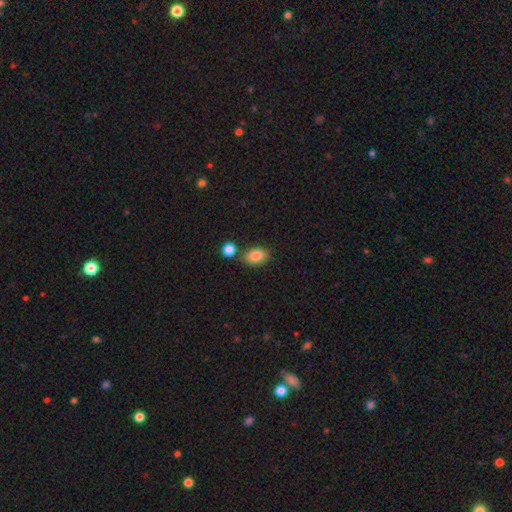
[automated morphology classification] Smooth or featured? Predicted: smooth (p=0.85). How rounded? Predicted: in between (p=0.86). Merging? Predicted: none (p=0.73).